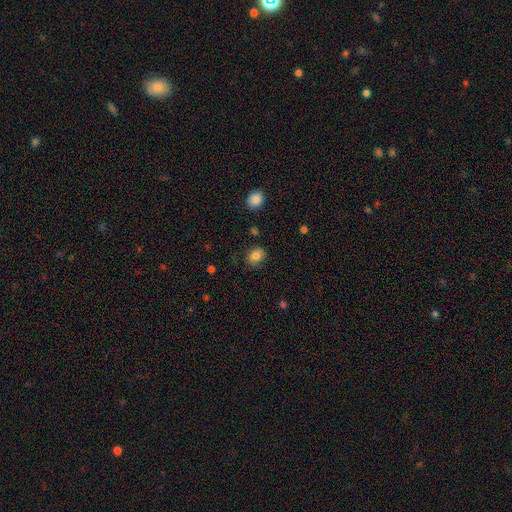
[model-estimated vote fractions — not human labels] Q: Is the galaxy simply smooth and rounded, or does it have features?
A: smooth — 83%.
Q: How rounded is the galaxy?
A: in between — 53%.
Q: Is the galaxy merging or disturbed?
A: none — 82%.